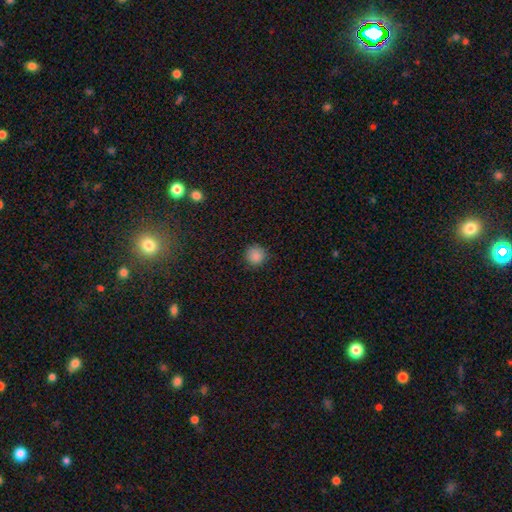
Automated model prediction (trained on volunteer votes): Overall: smooth (86%). How rounded: round (93%). Merging: none (88%).